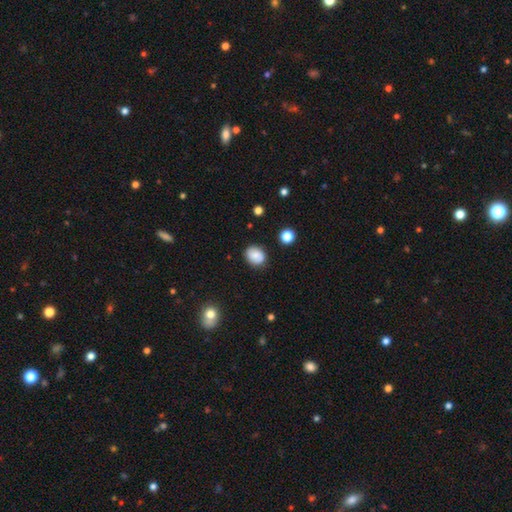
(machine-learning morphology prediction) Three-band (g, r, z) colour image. It shows a smooth galaxy with no disk features (79%) that is round (55%). Merging: none (83%).